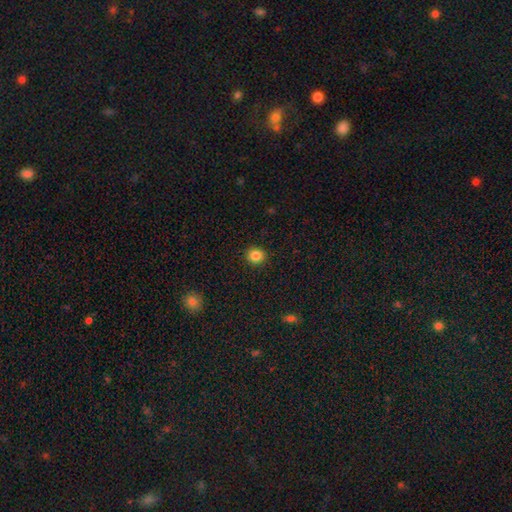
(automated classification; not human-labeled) The model was most divided on "how rounded": round: 86%, in between: 13%, cigar-shaped: 1%. More confident: merging — none (92%); smooth or featured — smooth (85%).